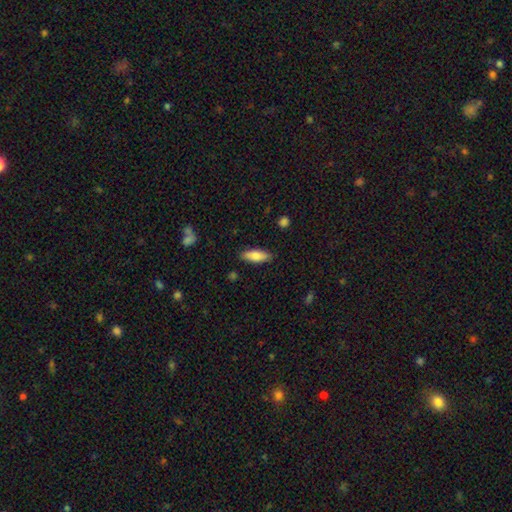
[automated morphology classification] Smooth or featured? Predicted: smooth (p=0.80). How rounded? Predicted: in between (p=0.63). Merging? Predicted: none (p=0.86).